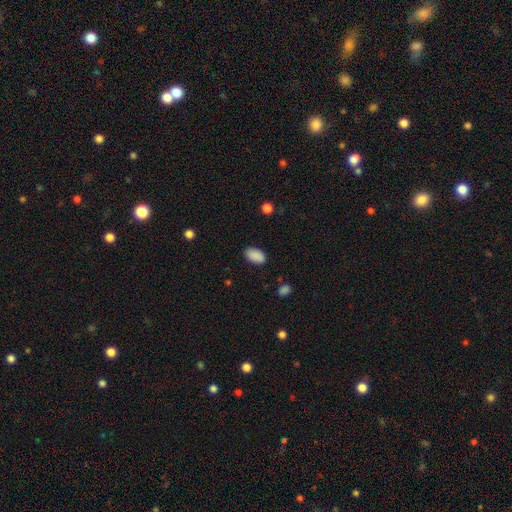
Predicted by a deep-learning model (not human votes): Smooth or featured: smooth — 89% (star or artifact — 7%)
How rounded: in between — 94% (round — 4%)
Merging: none — 85% (minor disturbance — 11%)